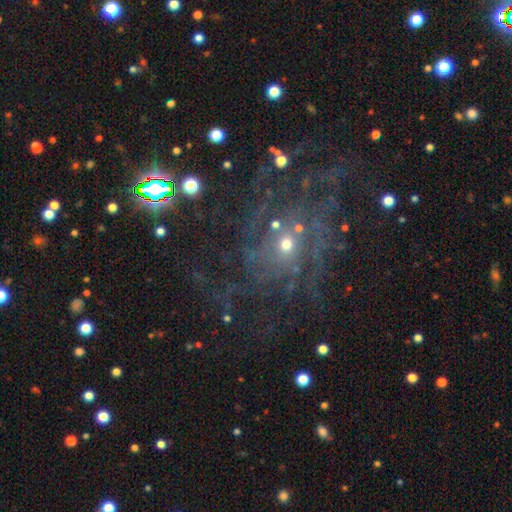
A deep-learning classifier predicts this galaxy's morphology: A featured or disk galaxy (72%) with no bar (81%), tight (47%) spiral arms (84%) and a small central bulge (62%). Merging: none (60%).